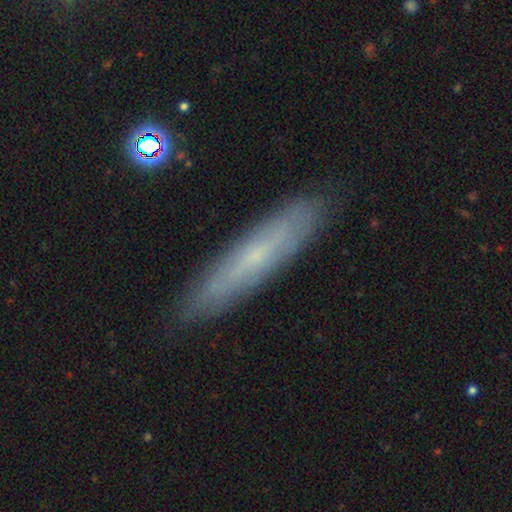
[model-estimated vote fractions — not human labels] Smooth or featured? featured or disk (52%)
Edge-on disk? yes (58%)
Merging? none (86%)